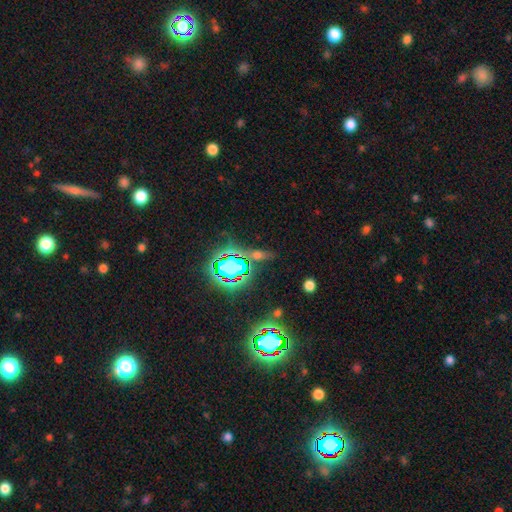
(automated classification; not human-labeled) This is likely a star or artifact rather than a galaxy (67%).